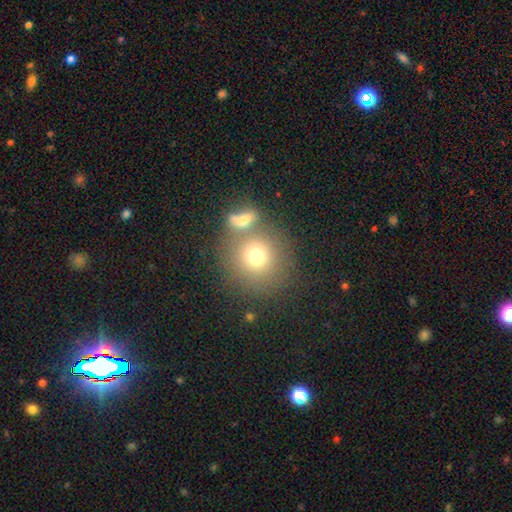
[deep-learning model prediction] Morphology: type=smooth (72%); roundness=round (89%); merging=none (60%).